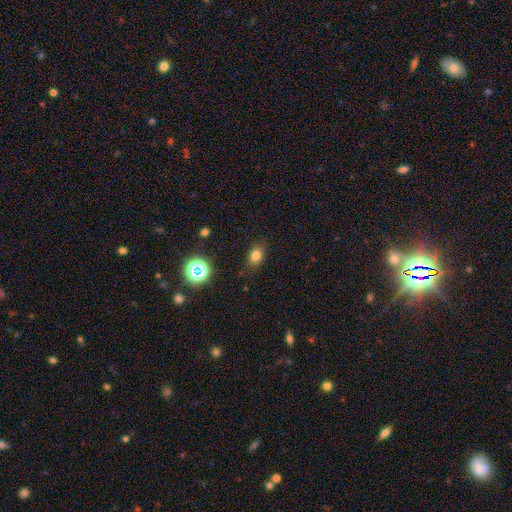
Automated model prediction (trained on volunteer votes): A smooth galaxy with no disk features (76%) that is in between round and cigar-shaped (71%). Merging: none (81%).